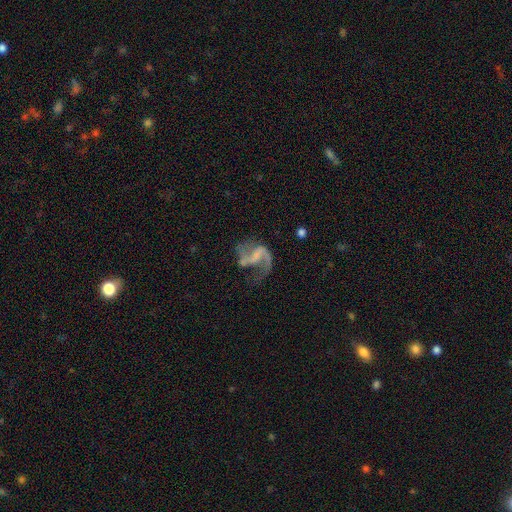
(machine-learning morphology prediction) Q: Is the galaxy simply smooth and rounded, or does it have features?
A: featured or disk — 86%.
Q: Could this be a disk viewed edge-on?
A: no — 98%.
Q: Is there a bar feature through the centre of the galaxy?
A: weak — 44%.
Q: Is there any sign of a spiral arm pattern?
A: yes — 94%.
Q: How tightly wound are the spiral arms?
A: loose — 63%.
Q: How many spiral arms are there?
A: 2 — 81%.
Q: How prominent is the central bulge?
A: none — 56%.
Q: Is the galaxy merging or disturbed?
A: none — 50%.